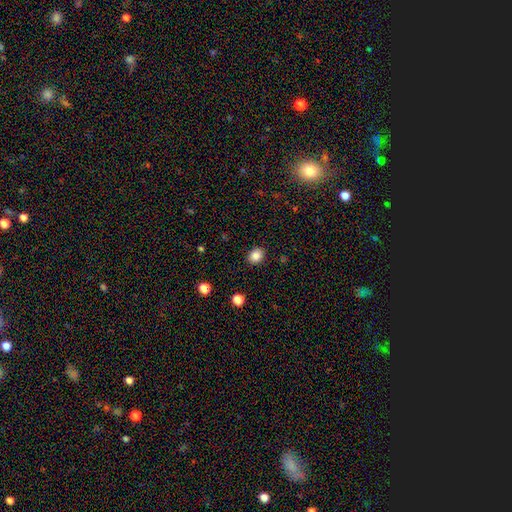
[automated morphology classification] smooth_or_featured: smooth (p=0.85) [alt: star or artifact p=0.10]
how_rounded: round (p=0.52) [alt: in between p=0.48]
merging: none (p=0.88) [alt: minor disturbance p=0.08]